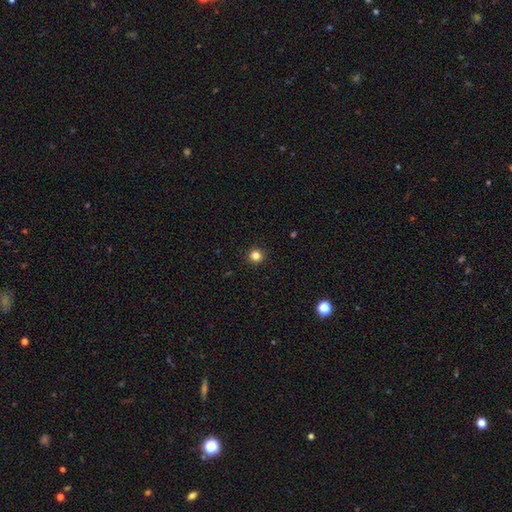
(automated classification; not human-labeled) A smooth galaxy with no disk features (83%) that is round (96%). Merging: none (94%).